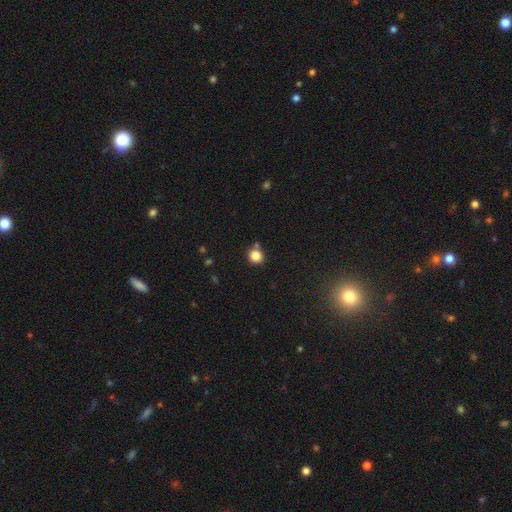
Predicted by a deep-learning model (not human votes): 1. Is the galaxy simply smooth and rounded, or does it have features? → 84% smooth, 12% star or artifact, 5% featured or disk.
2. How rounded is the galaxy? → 91% round, 9% in between, 1% cigar-shaped.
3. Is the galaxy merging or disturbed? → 77% none, 11% merger, 9% minor disturbance, 3% major disturbance.